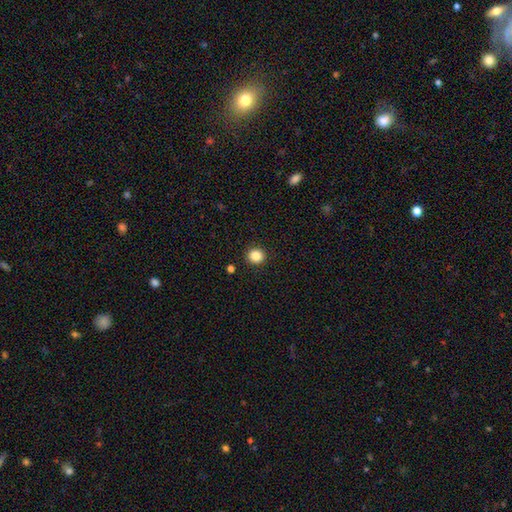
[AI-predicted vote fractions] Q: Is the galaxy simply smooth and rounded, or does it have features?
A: smooth — 86%.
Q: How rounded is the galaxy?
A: round — 89%.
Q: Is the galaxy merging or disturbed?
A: none — 92%.